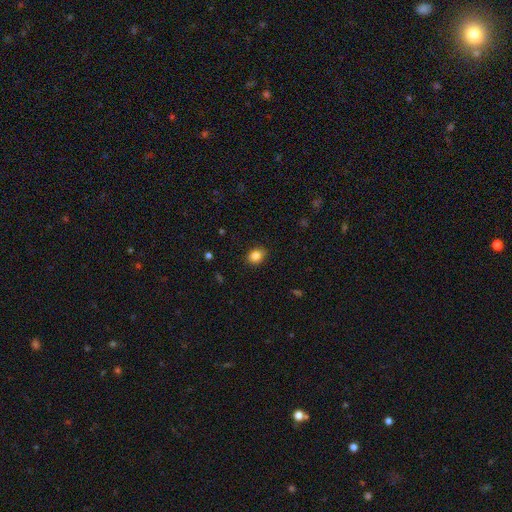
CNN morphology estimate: Overall: smooth (84%). How rounded: round (50%; in between 49%). Merging: none (88%).